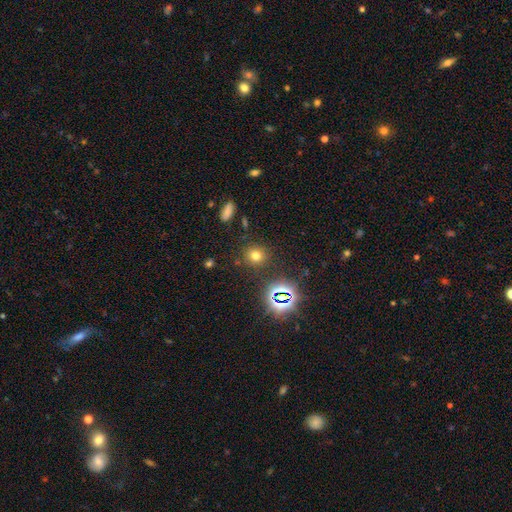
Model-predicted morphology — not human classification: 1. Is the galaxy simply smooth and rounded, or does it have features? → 67% smooth, 25% star or artifact, 8% featured or disk.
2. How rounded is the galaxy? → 85% round, 13% in between, 1% cigar-shaped.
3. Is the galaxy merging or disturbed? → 86% none, 8% minor disturbance, 3% major disturbance, 3% merger.